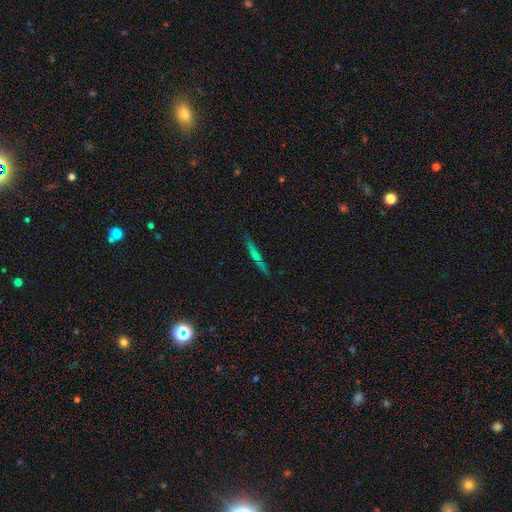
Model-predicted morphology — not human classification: Smooth or featured: smooth — 49% (featured or disk — 37%)
Merging: none — 82% (minor disturbance — 11%)